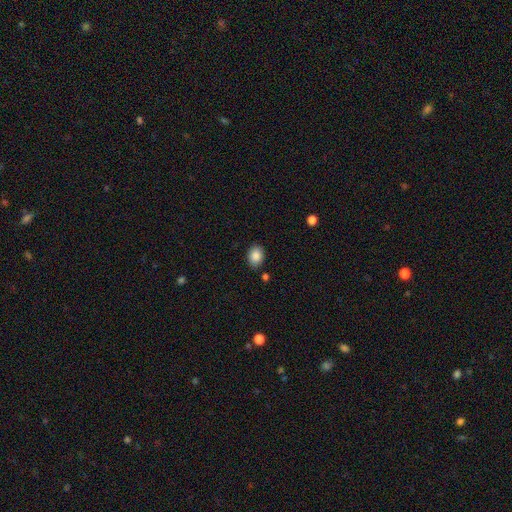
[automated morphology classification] smooth_or_featured: smooth (p=0.88) [alt: star or artifact p=0.08]
how_rounded: in between (p=0.69) [alt: round p=0.30]
merging: none (p=0.84) [alt: minor disturbance p=0.11]